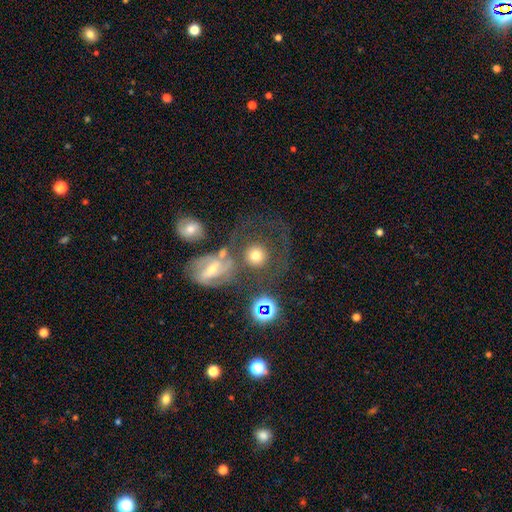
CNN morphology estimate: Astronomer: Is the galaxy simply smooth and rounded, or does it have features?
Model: smooth — 61%.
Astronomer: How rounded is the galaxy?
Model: round — 87%.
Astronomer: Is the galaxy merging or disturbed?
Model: none — 49%.